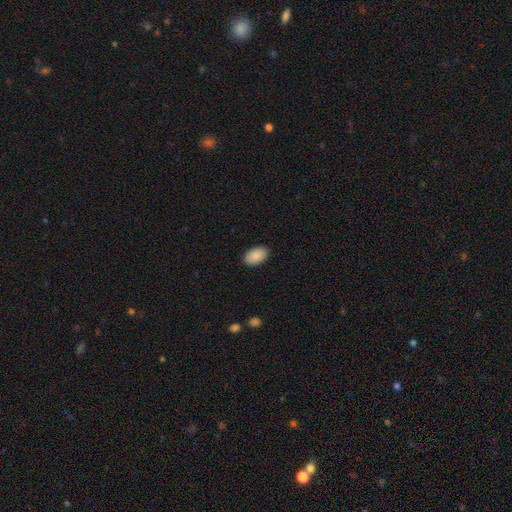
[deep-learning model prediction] A smooth galaxy with no disk features (90%) that is in between round and cigar-shaped (94%). Merging: none (90%).